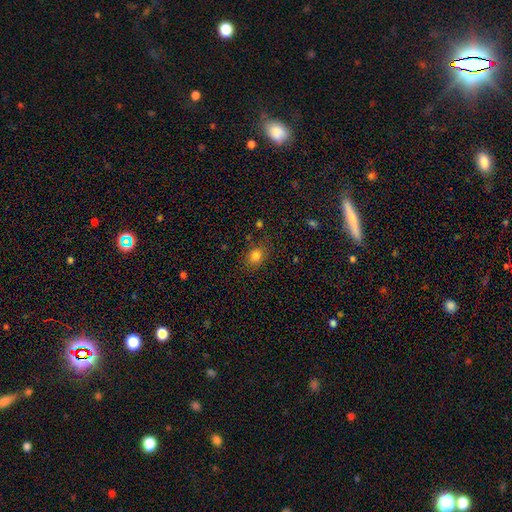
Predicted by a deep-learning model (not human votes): smooth 81%, star or artifact 13%, featured or disk 6%. Down the decision tree: how rounded — round (56%); merging — none (81%).